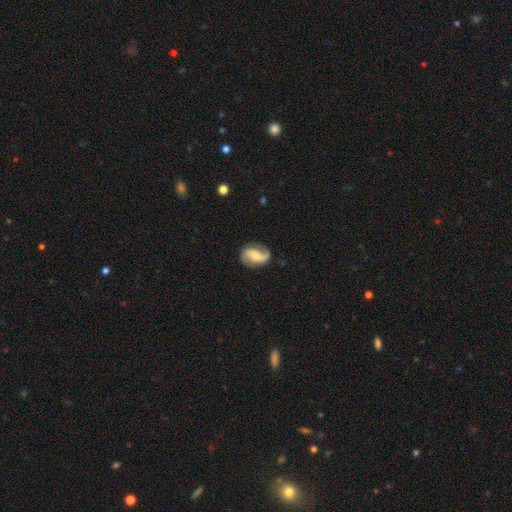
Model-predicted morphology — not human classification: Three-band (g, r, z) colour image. It shows a featured or disk galaxy (76%) with no bar (46%), 2 (87%) loose (49%) spiral arms (95%) and a small central bulge (42%). Merging: none (74%).